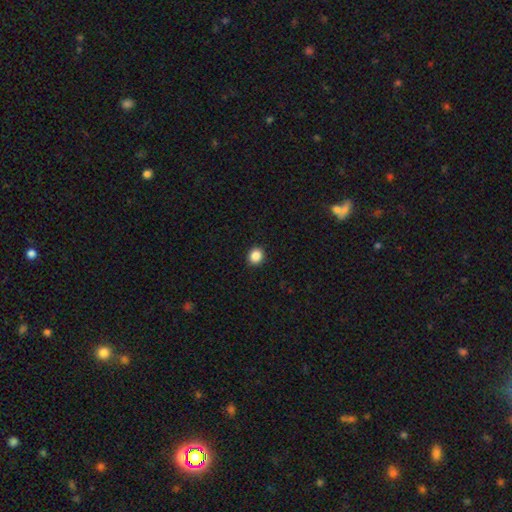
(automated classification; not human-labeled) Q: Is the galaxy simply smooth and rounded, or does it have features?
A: smooth — 87%.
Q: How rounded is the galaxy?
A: round — 78%.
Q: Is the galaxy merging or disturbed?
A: none — 93%.